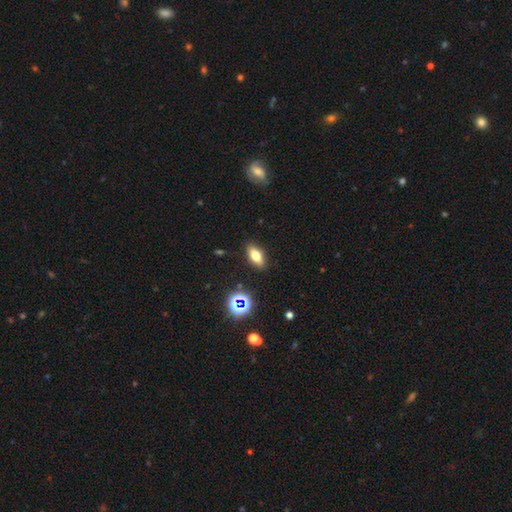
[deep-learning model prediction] Overall: smooth (69%). How rounded: in between (78%). Merging: none (87%).